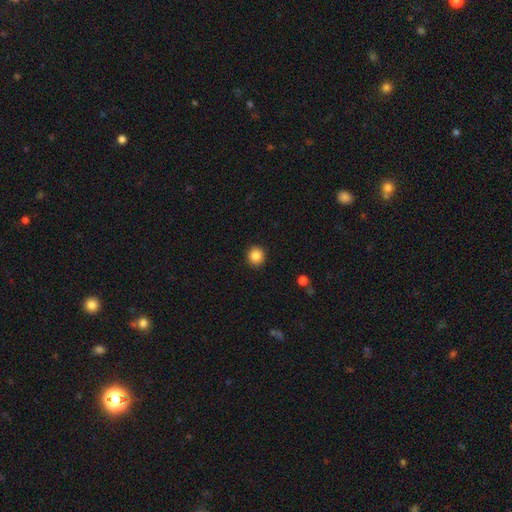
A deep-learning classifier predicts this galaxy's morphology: Smooth or featured: smooth — 86% (star or artifact — 10%)
How rounded: round — 93% (in between — 6%)
Merging: none — 92% (minor disturbance — 5%)